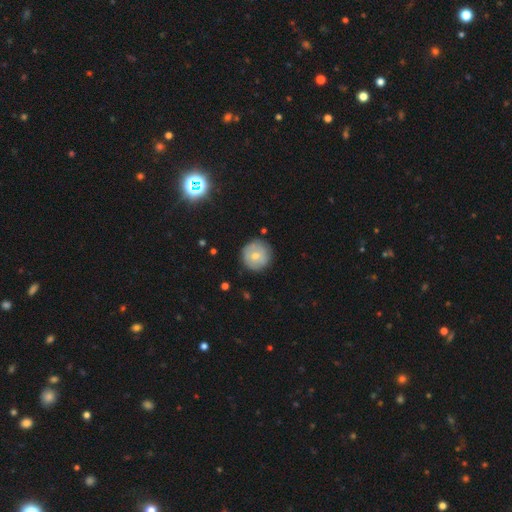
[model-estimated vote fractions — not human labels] The model was most divided on "smooth or featured": smooth: 66%, featured or disk: 26%, star or artifact: 8%. More confident: how rounded — round (96%); merging — none (86%).